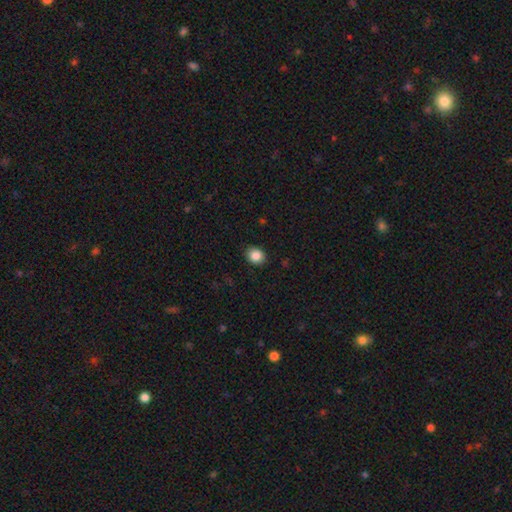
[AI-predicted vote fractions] Smooth or featured: smooth — 86% (star or artifact — 9%)
How rounded: round — 61% (in between — 38%)
Merging: none — 89% (minor disturbance — 8%)